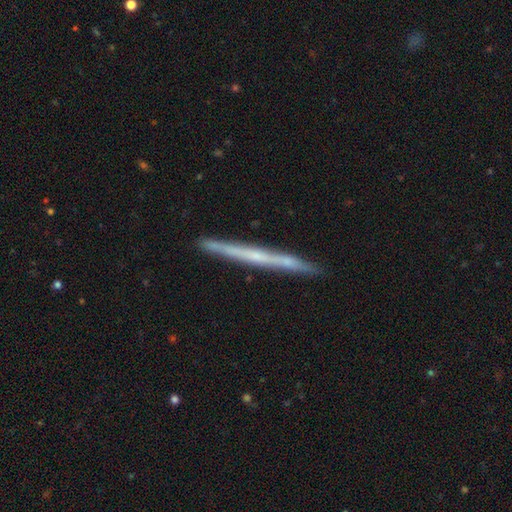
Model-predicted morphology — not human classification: smooth-or-featured: featured or disk: 62% | smooth: 32% | star or artifact: 6%
  disk-edge-on: yes: 97% | no: 3%
    edge-on-bulge: none: 77% | rounded: 18% | boxy: 4%
  merging: none: 90% | minor disturbance: 7% | merger: 1% | major disturbance: 1%